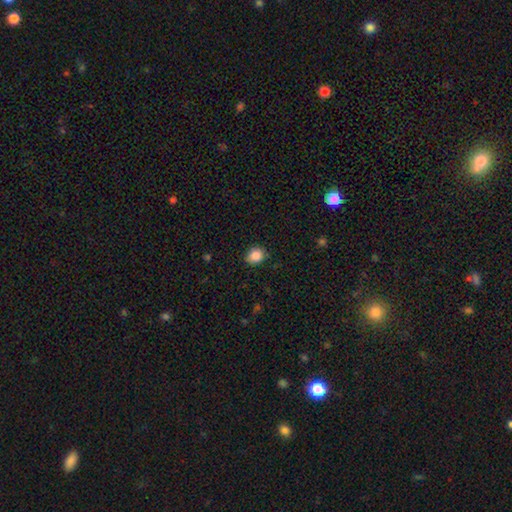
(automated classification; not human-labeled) smooth-or-featured: smooth: 86% | star or artifact: 9% | featured or disk: 4%
  how-rounded: round: 68% | in between: 32% | cigar-shaped: 1%
  merging: none: 84% | minor disturbance: 12% | major disturbance: 2% | merger: 1%